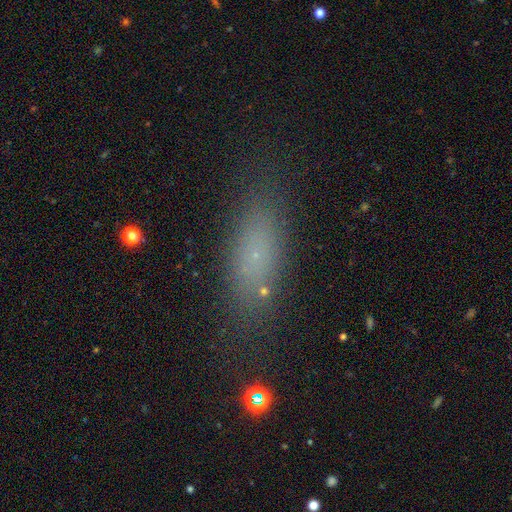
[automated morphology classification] Overall: smooth (68%). How rounded: in between (59%; cigar-shaped 36%). Merging: none (78%).